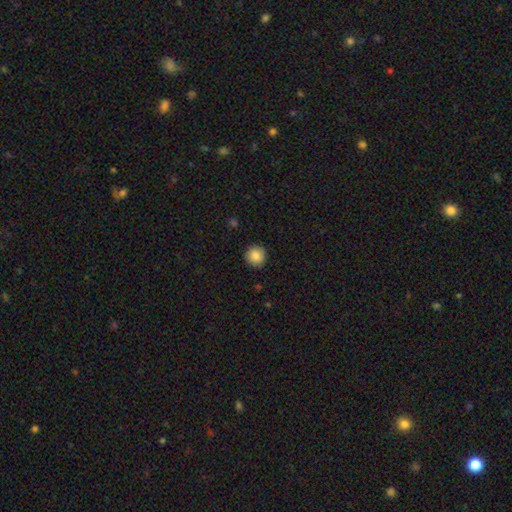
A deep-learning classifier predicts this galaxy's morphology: This appears to be a smooth galaxy with no disk features (87%) that is round (94%). Merging: none (92%).